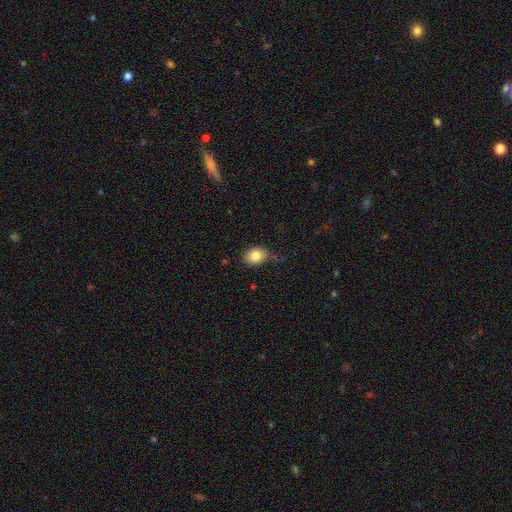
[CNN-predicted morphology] Smooth or featured: smooth — 82% (star or artifact — 9%)
How rounded: in between — 57% (round — 42%)
Merging: none — 68% (minor disturbance — 24%)